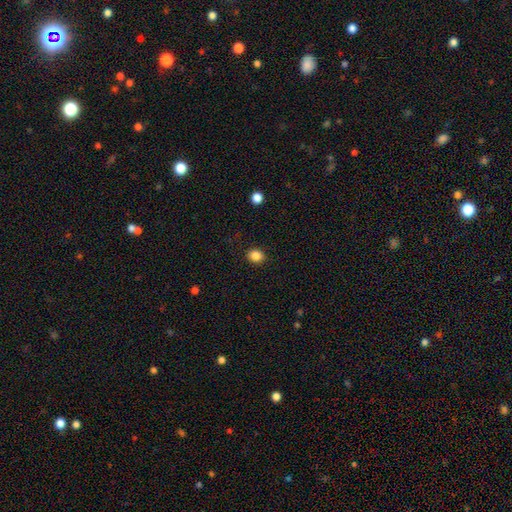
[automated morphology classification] smooth 86%, star or artifact 10%, featured or disk 4%. Down the decision tree: how rounded — round (61%); merging — none (90%).